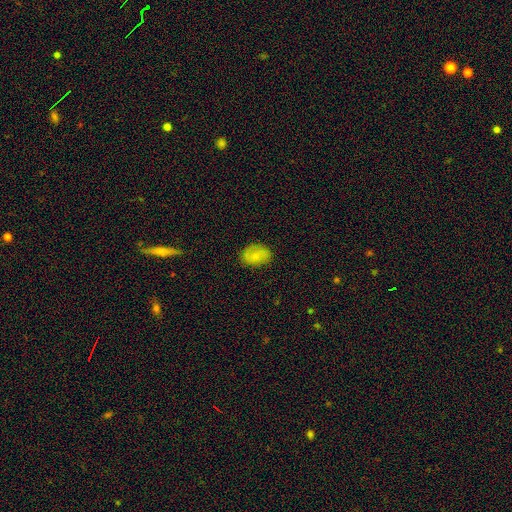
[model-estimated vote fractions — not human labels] The model was most divided on "smooth or featured": smooth: 68%, featured or disk: 23%, star or artifact: 9%. More confident: merging — none (77%); how rounded — in between (77%).